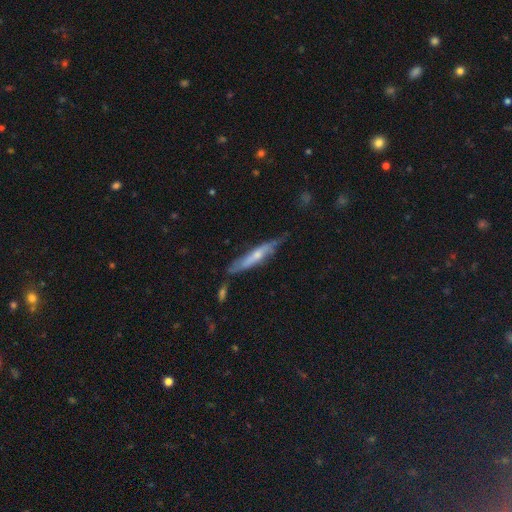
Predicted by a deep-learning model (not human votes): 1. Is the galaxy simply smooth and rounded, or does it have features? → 51% featured or disk, 44% smooth, 6% star or artifact.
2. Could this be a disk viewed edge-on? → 75% yes, 25% no.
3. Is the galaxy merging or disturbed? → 61% none, 27% minor disturbance, 7% major disturbance, 4% merger.